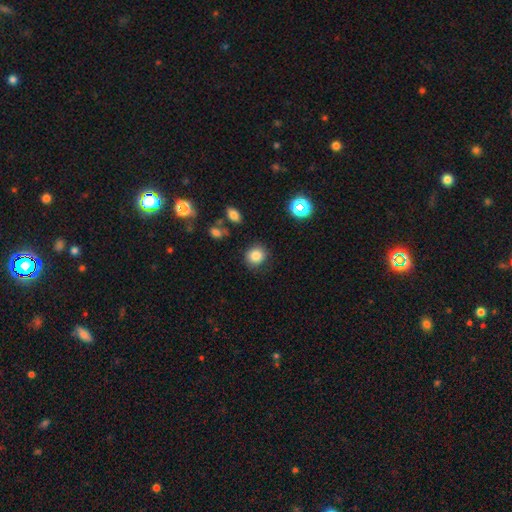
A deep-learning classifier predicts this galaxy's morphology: Overall: smooth (85%). How rounded: round (83%). Merging: none (85%).